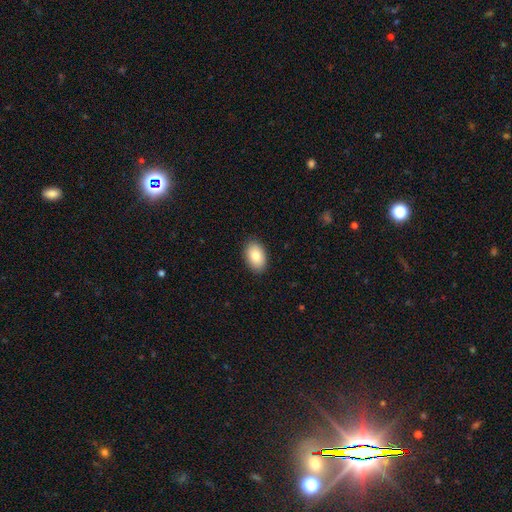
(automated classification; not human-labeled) smooth-or-featured: smooth: 82% | featured or disk: 11% | star or artifact: 7%
  how-rounded: in between: 89% | round: 10% | cigar-shaped: 1%
  merging: none: 88% | minor disturbance: 9% | major disturbance: 2% | merger: 1%